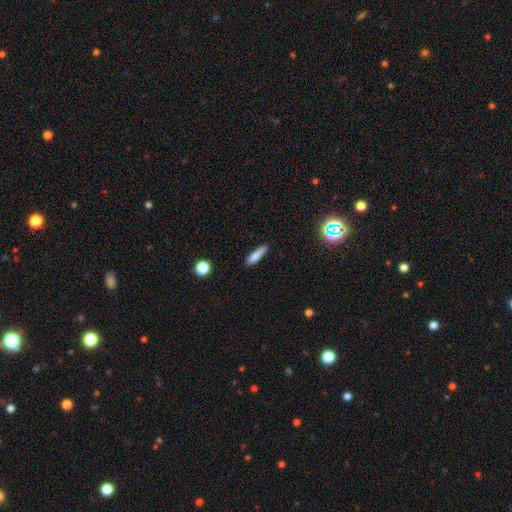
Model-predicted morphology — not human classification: Smooth or featured: smooth — 80% (featured or disk — 11%)
How rounded: cigar-shaped — 73% (in between — 25%)
Merging: none — 79% (minor disturbance — 16%)